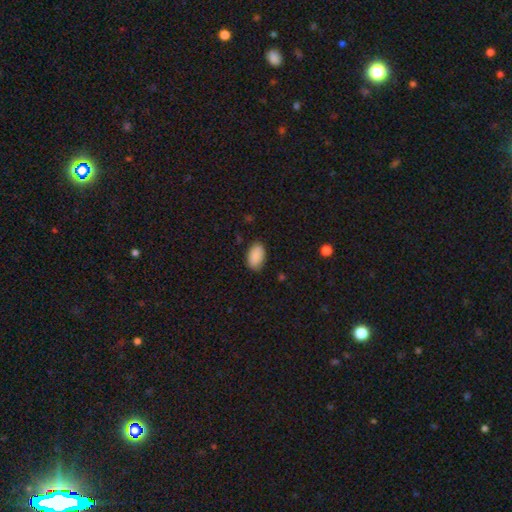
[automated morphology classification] Smooth or featured? smooth (90%)
How rounded? in between (93%)
Merging? none (85%)